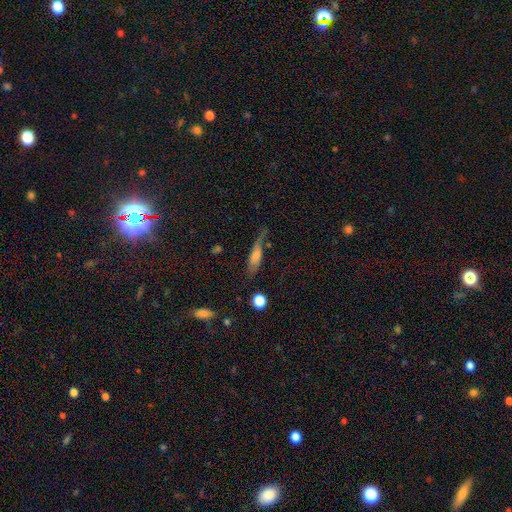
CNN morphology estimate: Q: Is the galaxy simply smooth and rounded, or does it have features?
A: smooth — 62%.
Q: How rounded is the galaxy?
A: cigar-shaped — 55%.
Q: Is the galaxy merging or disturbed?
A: none — 44%.